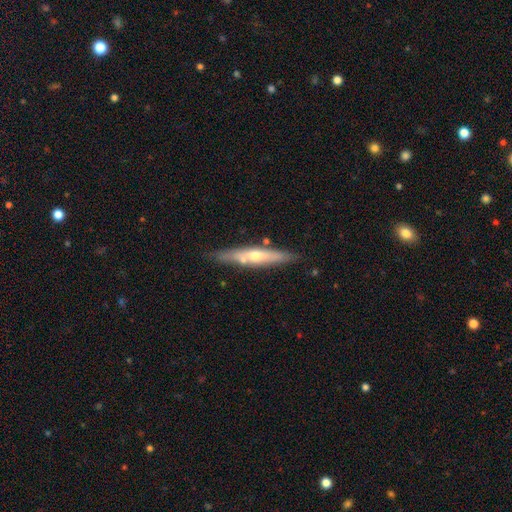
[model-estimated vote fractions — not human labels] Smooth or featured? Predicted: featured or disk (p=0.59). Edge-on disk? Predicted: yes (p=0.89). Edge-on bulge? Predicted: rounded (p=0.79). Merging? Predicted: none (p=0.79).